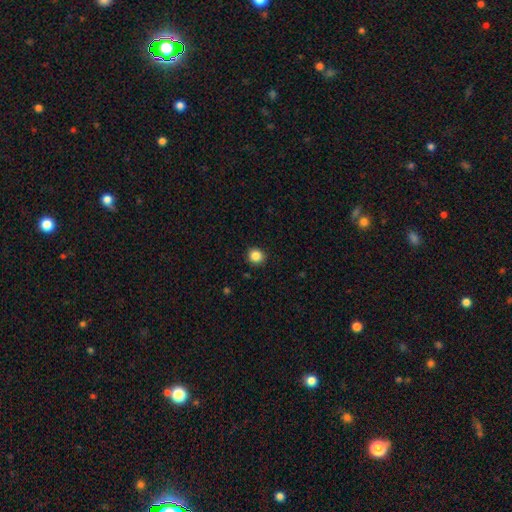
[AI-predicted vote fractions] This appears to be a smooth galaxy with no disk features (86%) that is round (89%). Merging: none (90%).